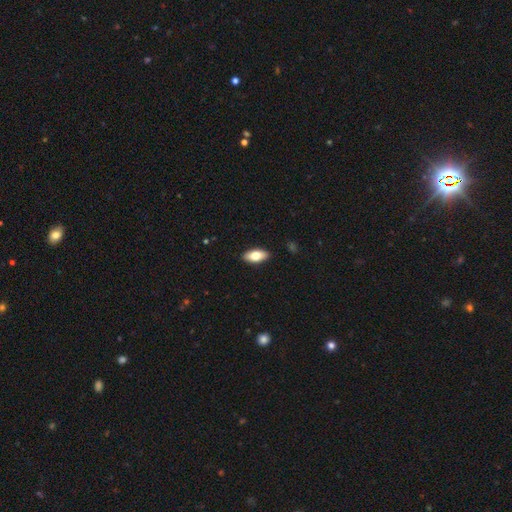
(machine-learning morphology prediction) This is likely a smooth galaxy (76%). How rounded: clearly in between (88%). Merging: clearly none (90%).